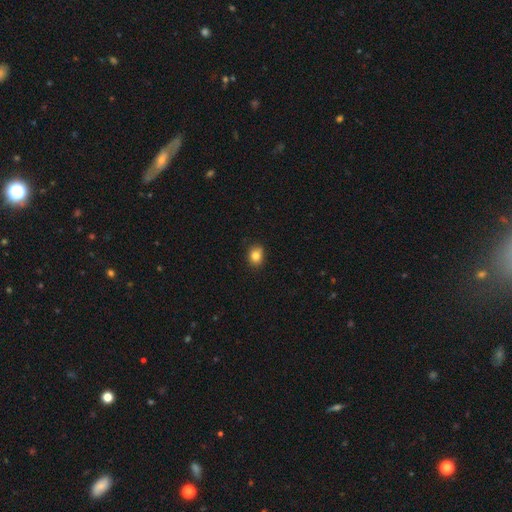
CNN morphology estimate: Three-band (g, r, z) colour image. It shows a smooth galaxy with no disk features (83%) that is round (56%). Merging: none (83%).